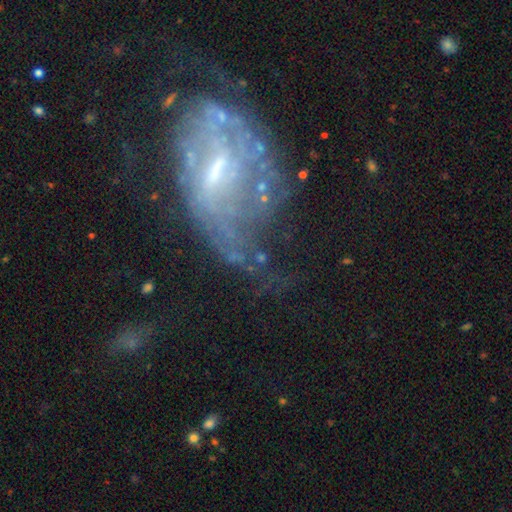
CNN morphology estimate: Smooth or featured?
  - featured or disk: 74% *
  - smooth: 14%
  - star or artifact: 12%
Edge-on disk?
  - no: 94% *
  - yes: 6%
Bar?
  - weak: 51% *
  - no: 27%
  - strong: 22%
Spiral arms?
  - yes: 71% *
  - no: 29%
Bulge size?
  - small: 41% *
  - moderate: 38%
  - none: 16%
  - large: 4%
  - dominant: 1%
Merging?
  - none: 41% *
  - major disturbance: 31%
  - minor disturbance: 22%
  - merger: 5%